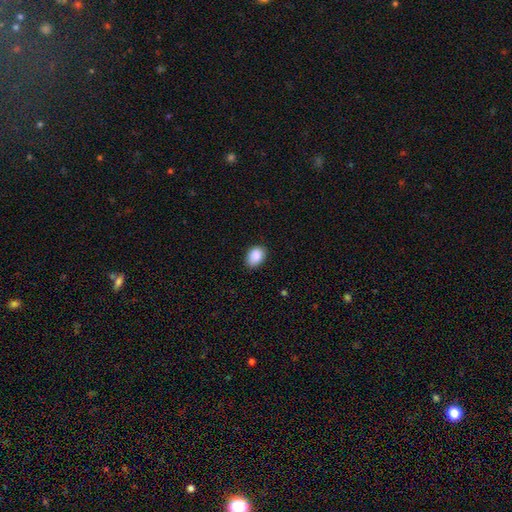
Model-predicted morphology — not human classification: Smooth or featured: smooth — 89% (star or artifact — 7%)
How rounded: in between — 81% (round — 18%)
Merging: none — 84% (minor disturbance — 13%)